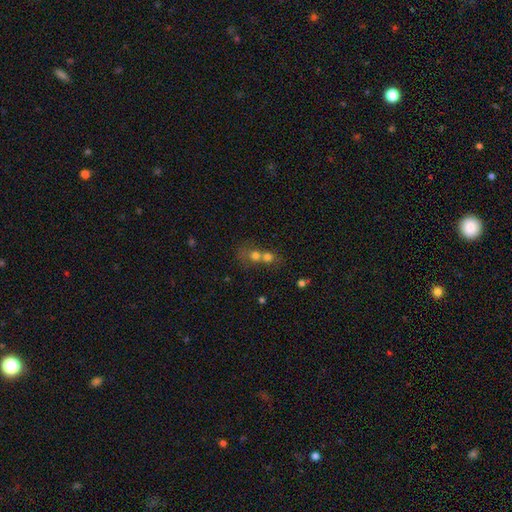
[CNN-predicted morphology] Smooth or featured? smooth (67%)
How rounded? round (78%)
Merging? merger (66%)